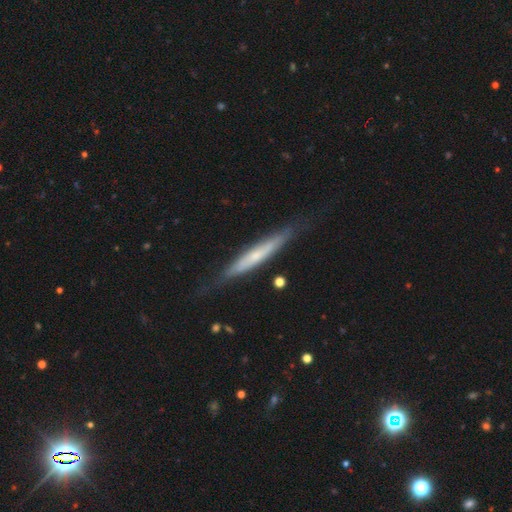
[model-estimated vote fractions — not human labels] Smooth or featured? Predicted: featured or disk (p=0.55). Edge-on disk? Predicted: yes (p=0.87). Merging? Predicted: none (p=0.77).